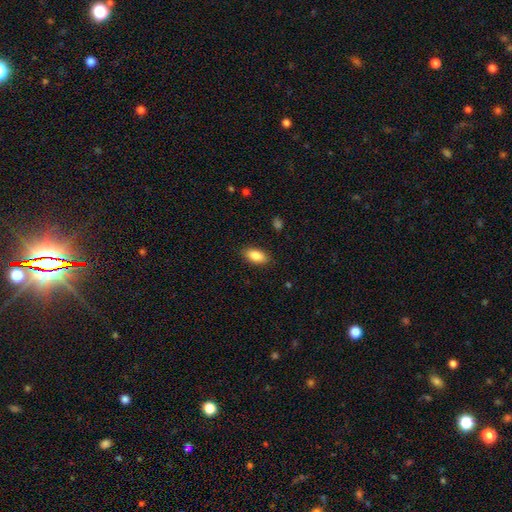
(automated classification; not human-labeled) A smooth galaxy with no disk features (86%) that is in between round and cigar-shaped (90%).

Vote fractions:
- Smooth or featured? smooth: 86% / star or artifact: 7% / featured or disk: 7%
- How rounded? in between: 90% / cigar-shaped: 6% / round: 4%
- Merging? none: 88% / minor disturbance: 9% / major disturbance: 2% / merger: 1%